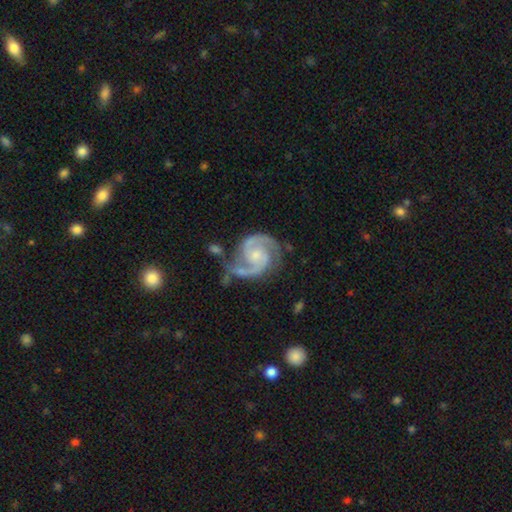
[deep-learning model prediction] This appears to be a featured or disk galaxy (93%) with no bar (61%), 2 (90%) medium (56%) spiral arms (98%) and a small central bulge (55%). Merging: none (63%).